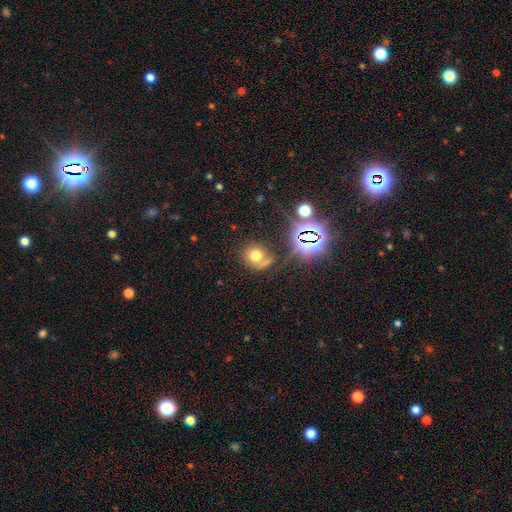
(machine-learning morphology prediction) A smooth galaxy with no disk features (62%) that is round (76%). Merging: none (58%).